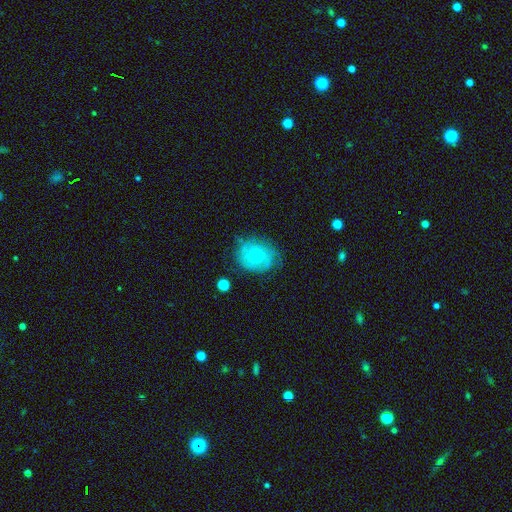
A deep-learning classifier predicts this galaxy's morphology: This is possibly a smooth galaxy (55%). How rounded: likely round (68%). Merging: likely none (62%).